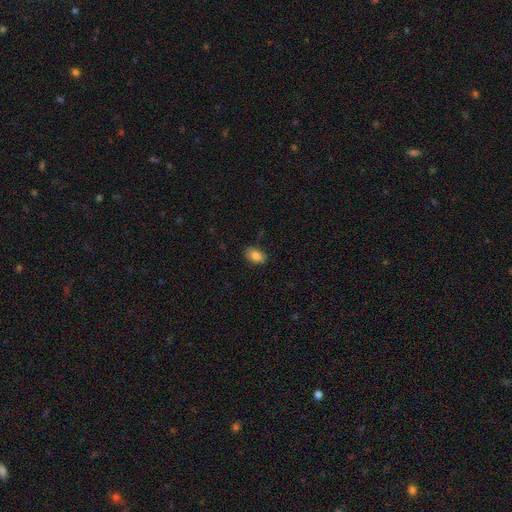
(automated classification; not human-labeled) smooth 85%, star or artifact 8%, featured or disk 7%. Down the decision tree: how rounded — in between (90%); merging — none (83%).